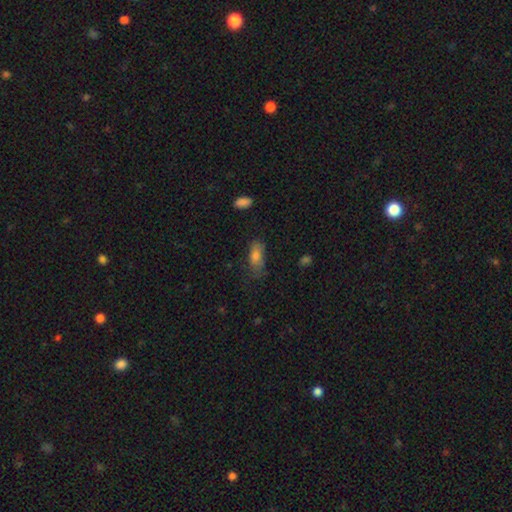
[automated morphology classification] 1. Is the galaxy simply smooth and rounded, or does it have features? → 77% smooth, 14% featured or disk, 9% star or artifact.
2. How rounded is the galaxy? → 81% in between, 15% cigar-shaped, 4% round.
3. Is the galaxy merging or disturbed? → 56% none, 29% minor disturbance, 12% major disturbance, 2% merger.